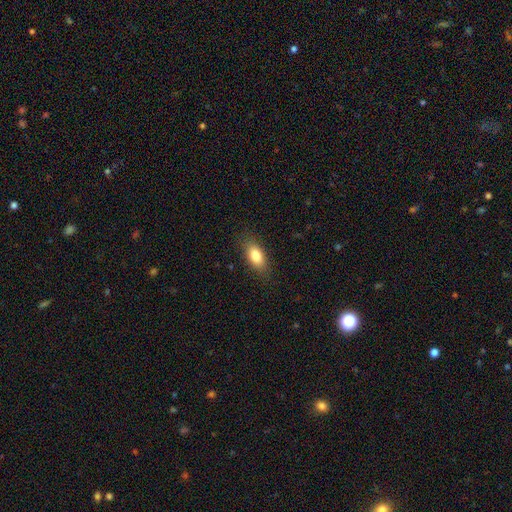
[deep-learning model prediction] smooth 82%, featured or disk 11%, star or artifact 7%. Down the decision tree: how rounded — in between (85%); merging — none (85%).